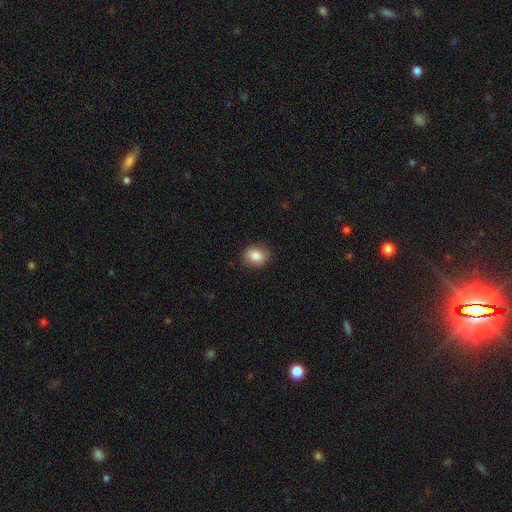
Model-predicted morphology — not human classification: smooth_or_featured: smooth (p=0.83) [alt: star or artifact p=0.09]
how_rounded: round (p=0.62) [alt: in between p=0.37]
merging: none (p=0.87) [alt: minor disturbance p=0.09]